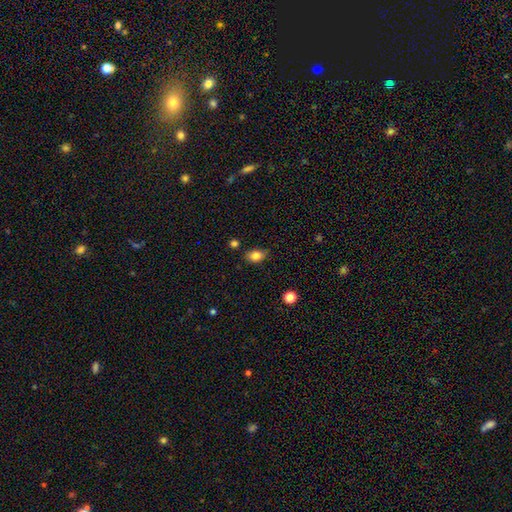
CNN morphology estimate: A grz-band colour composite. It shows a smooth galaxy with no disk features (83%) that is in between round and cigar-shaped (78%). Merging: none (78%).